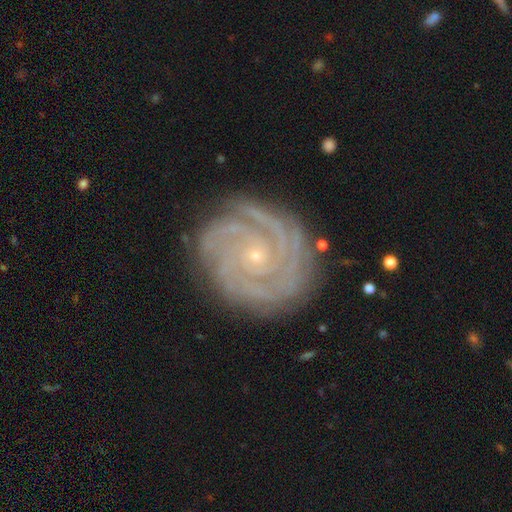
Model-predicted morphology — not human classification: Smooth or featured? featured or disk (90%)
Edge-on disk? no (98%)
Bar? no (78%)
Spiral arms? yes (98%)
Spiral winding? tight (82%)
Spiral arm count? 3 (30%)
Bulge size? small (86%)
Merging? none (80%)